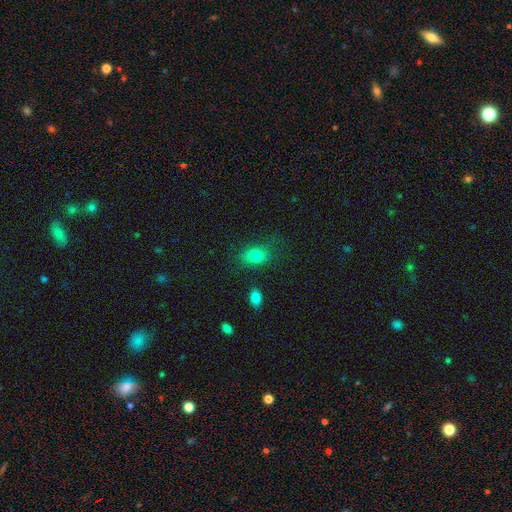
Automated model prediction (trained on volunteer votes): Smooth or featured? Predicted: smooth (p=0.81). How rounded? Predicted: in between (p=0.75). Merging? Predicted: none (p=0.70).